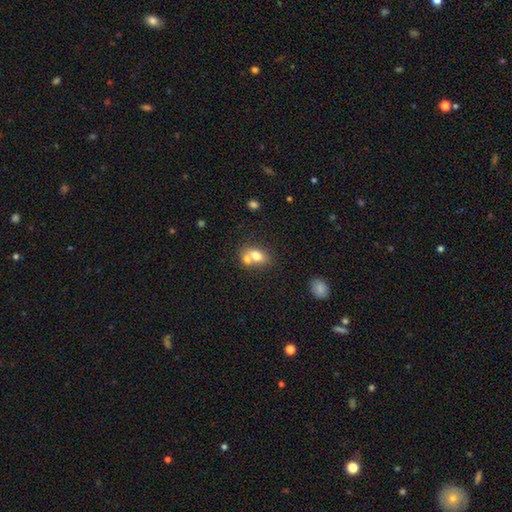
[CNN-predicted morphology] Smooth or featured: smooth — 72% (featured or disk — 18%)
How rounded: in between — 72% (round — 25%)
Merging: merger — 51% (none — 35%)